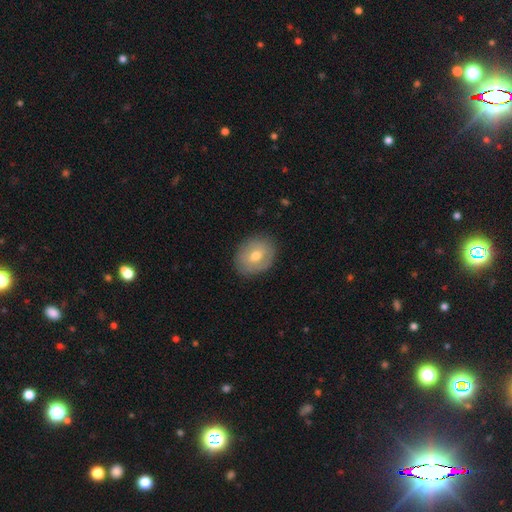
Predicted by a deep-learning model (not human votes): smooth_or_featured: smooth (p=0.63) [alt: featured or disk p=0.28]
how_rounded: round (p=0.50) [alt: in between p=0.49]
merging: none (p=0.85) [alt: minor disturbance p=0.11]